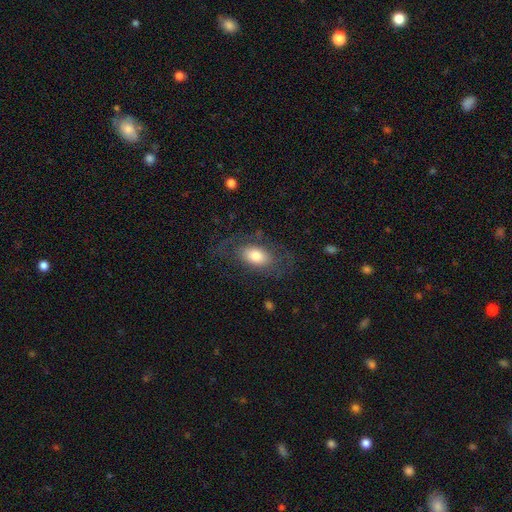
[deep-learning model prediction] smooth-or-featured: smooth: 62% | featured or disk: 31% | star or artifact: 7%
  how-rounded: in between: 89% | round: 8% | cigar-shaped: 3%
  merging: none: 64% | minor disturbance: 18% | major disturbance: 17% | merger: 2%